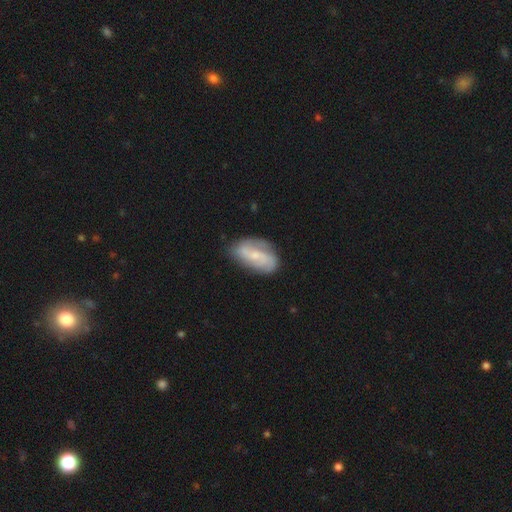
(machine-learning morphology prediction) A featured or disk galaxy (64%) with no bar (51%), 2 (64%) medium (40%) spiral arms (86%) and a small central bulge (64%). Merging: none (68%).